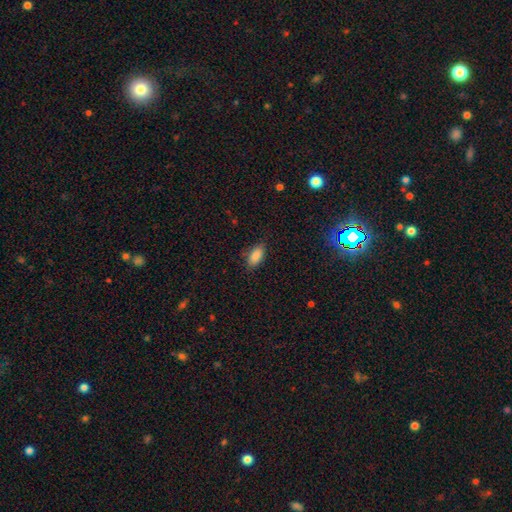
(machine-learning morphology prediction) Smooth or featured: smooth — 88% (star or artifact — 8%)
How rounded: in between — 91% (cigar-shaped — 6%)
Merging: none — 82% (minor disturbance — 14%)